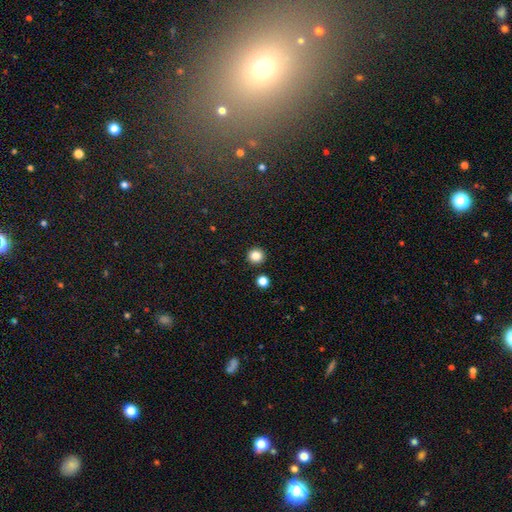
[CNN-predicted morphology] Smooth or featured? smooth (85%)
How rounded? round (95%)
Merging? none (92%)